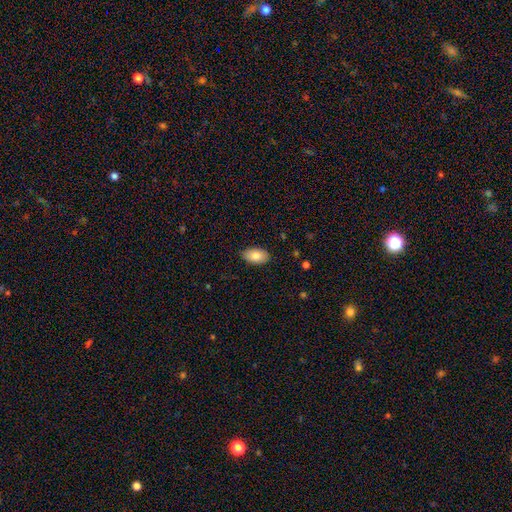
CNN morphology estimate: This is clearly a smooth galaxy (82%). How rounded: clearly in between (93%). Merging: clearly none (86%).